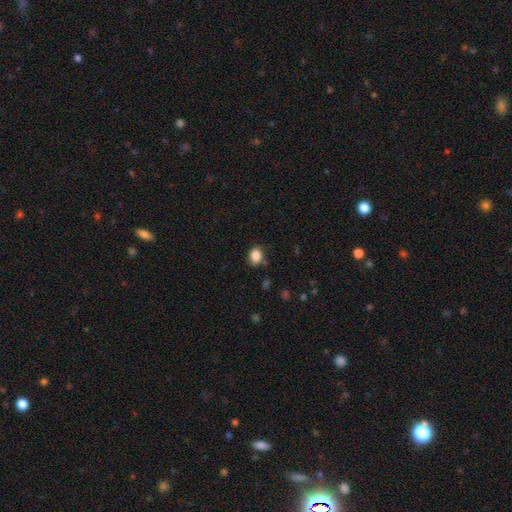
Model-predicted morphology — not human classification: A smooth galaxy with no disk features (86%) that is in between round and cigar-shaped (51%).

Vote fractions:
- Smooth or featured? smooth: 86% / star or artifact: 10% / featured or disk: 5%
- How rounded? in between: 51% / round: 48% / cigar-shaped: 1%
- Merging? none: 74% / minor disturbance: 19% / major disturbance: 4% / merger: 4%